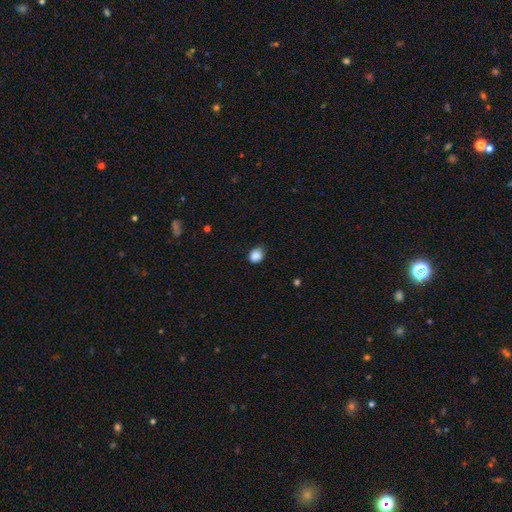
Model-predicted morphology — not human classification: smooth-or-featured: smooth: 87% | star or artifact: 10% | featured or disk: 4%
  how-rounded: round: 67% | in between: 33% | cigar-shaped: 1%
  merging: none: 68% | minor disturbance: 27% | major disturbance: 4% | merger: 1%